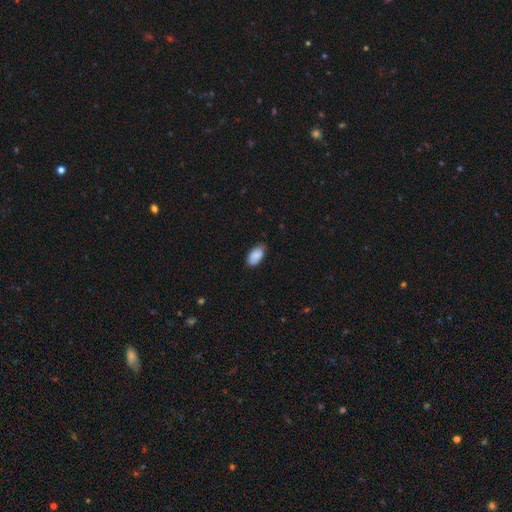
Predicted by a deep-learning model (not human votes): smooth 85%, featured or disk 8%, star or artifact 7%. Down the decision tree: how rounded — in between (94%); merging — none (75%).